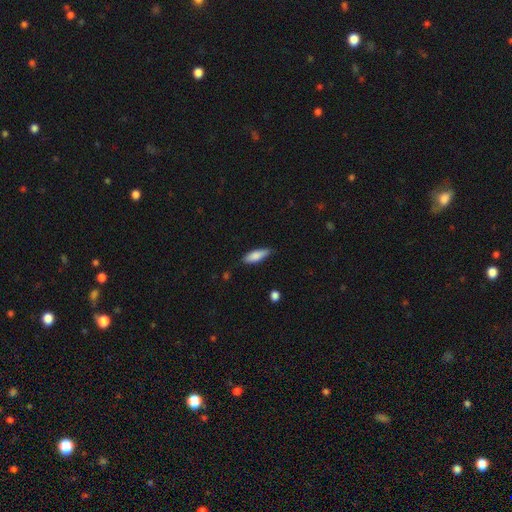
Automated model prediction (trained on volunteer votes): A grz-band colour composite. It shows a smooth galaxy with no disk features (82%) that is in between round and cigar-shaped (56%). Merging: none (82%).